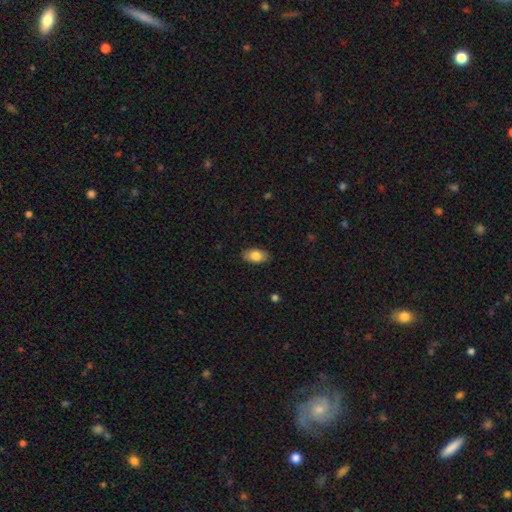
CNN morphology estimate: type=smooth (83%); roundness=in between (92%); merging=none (87%).